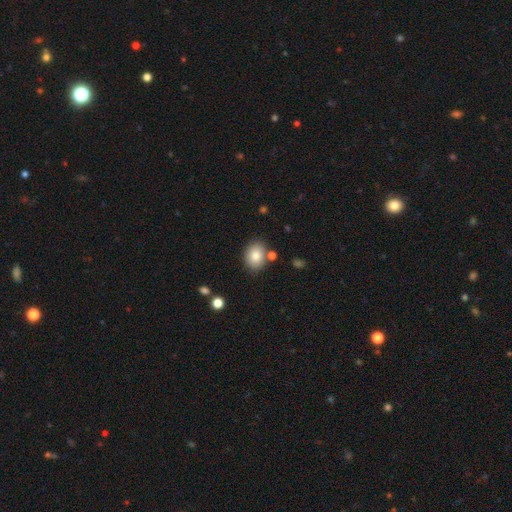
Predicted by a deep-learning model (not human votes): This is clearly a smooth galaxy (82%). How rounded: possibly in between (59%). Merging: likely none (79%).